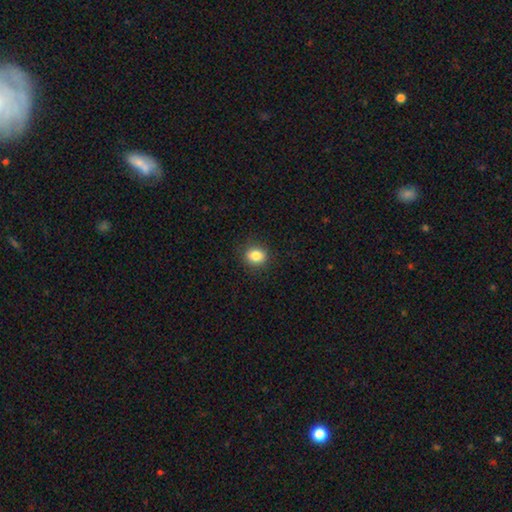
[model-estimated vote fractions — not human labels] A smooth galaxy with no disk features (84%) that is round (67%). Merging: none (89%).